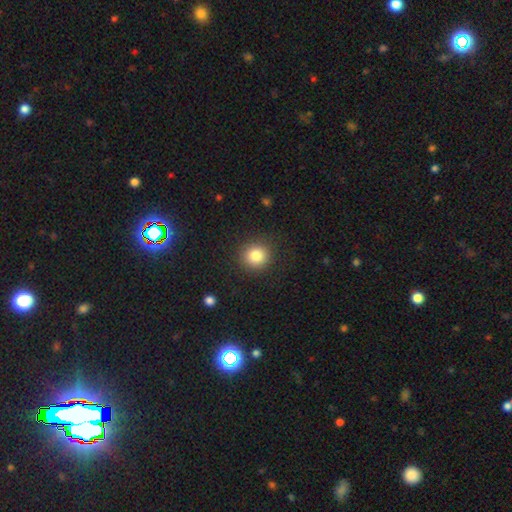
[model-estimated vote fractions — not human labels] Smooth or featured: smooth — 83% (star or artifact — 10%)
How rounded: round — 90% (in between — 9%)
Merging: none — 89% (minor disturbance — 7%)